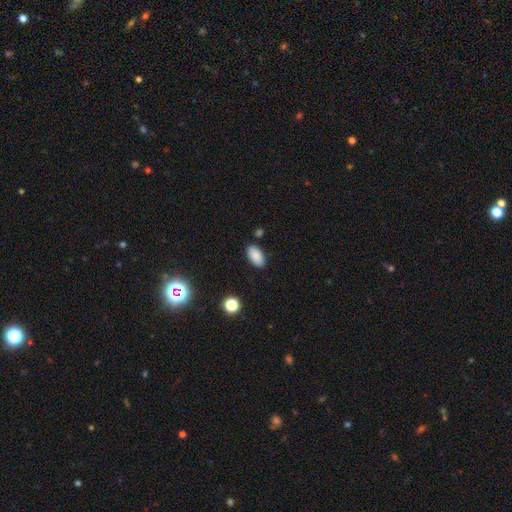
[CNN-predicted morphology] The model was most divided on "merging": none: 86%, minor disturbance: 9%, major disturbance: 2%, merger: 2%. More confident: how rounded — in between (94%); smooth or featured — smooth (87%).